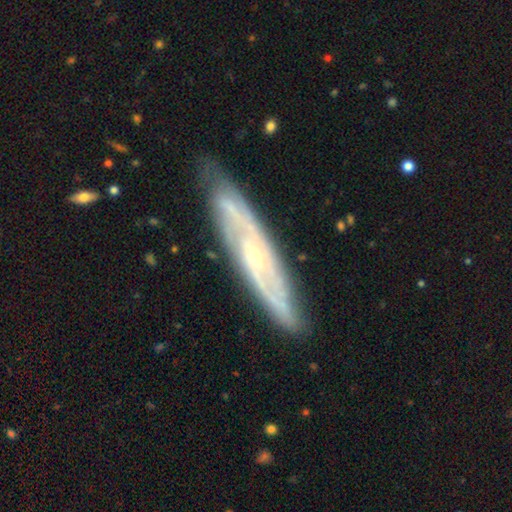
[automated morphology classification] This appears to be a featured or disk galaxy (81%) with no bar (65%), spiral arms (92%) and a small central bulge (76%). Merging: none (82%).